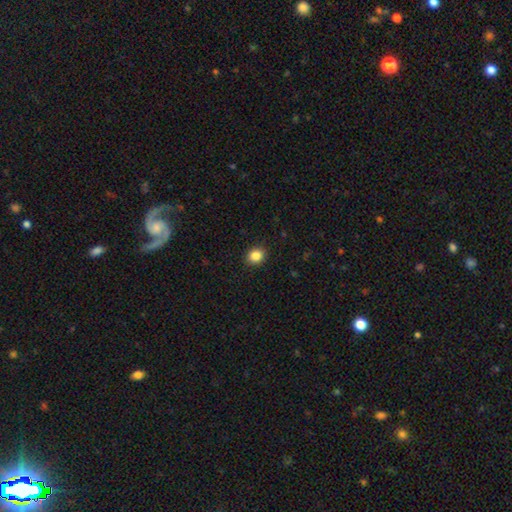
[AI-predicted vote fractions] The model was most divided on "how rounded": round: 77%, in between: 22%, cigar-shaped: 1%. More confident: merging — none (91%); smooth or featured — smooth (86%).